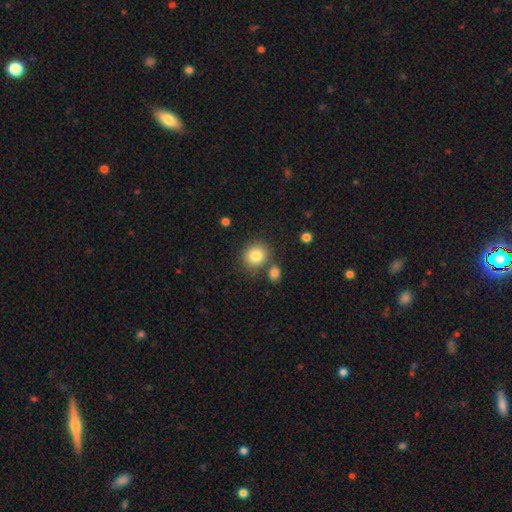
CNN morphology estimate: Smooth or featured? Predicted: smooth (p=0.83). How rounded? Predicted: round (p=0.83). Merging? Predicted: none (p=0.73).